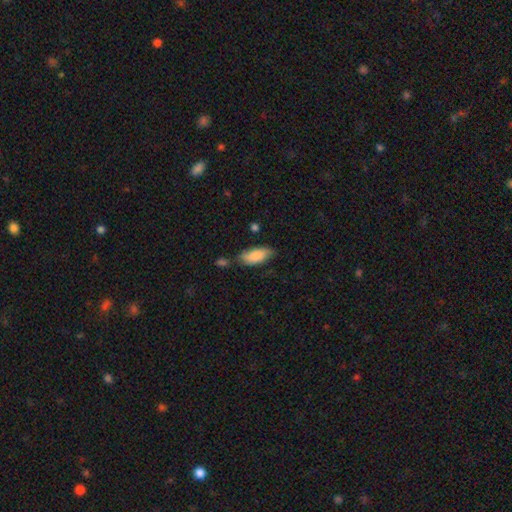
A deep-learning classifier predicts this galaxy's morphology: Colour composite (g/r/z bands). It shows a smooth galaxy with no disk features (80%) that is in between round and cigar-shaped (83%). Merging: none (60%).